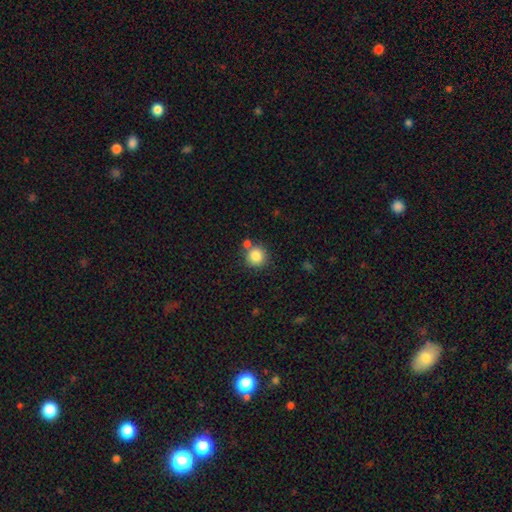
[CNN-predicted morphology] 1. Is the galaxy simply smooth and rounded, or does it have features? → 85% smooth, 10% star or artifact, 5% featured or disk.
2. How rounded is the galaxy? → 92% round, 7% in between, 1% cigar-shaped.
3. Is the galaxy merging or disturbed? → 73% none, 15% merger, 10% minor disturbance, 3% major disturbance.